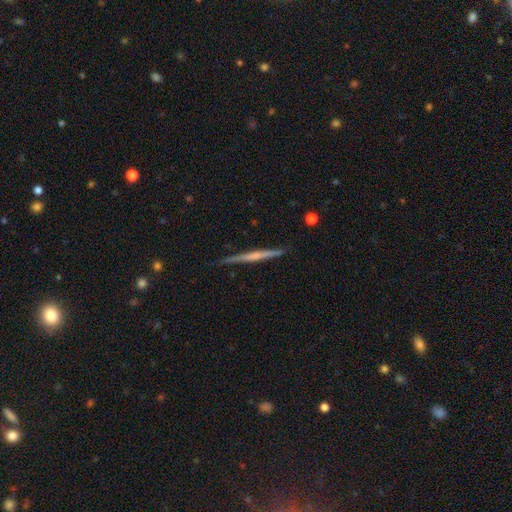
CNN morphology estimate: smooth-or-featured: featured or disk: 62% | smooth: 32% | star or artifact: 5%
  disk-edge-on: yes: 98% | no: 2%
    edge-on-bulge: none: 60% | rounded: 31% | boxy: 10%
  merging: none: 87% | minor disturbance: 10% | major disturbance: 2% | merger: 1%